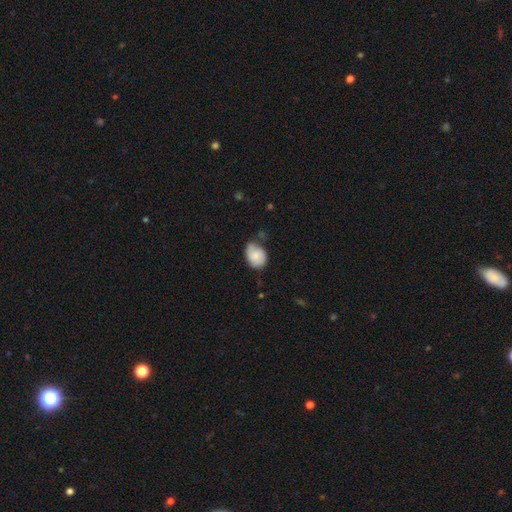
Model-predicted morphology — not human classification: A smooth galaxy with no disk features (74%) that is in between round and cigar-shaped (67%).

Vote fractions:
- Smooth or featured? smooth: 74% / featured or disk: 19% / star or artifact: 7%
- How rounded? in between: 67% / round: 32% / cigar-shaped: 1%
- Merging? none: 49% / minor disturbance: 38% / major disturbance: 8% / merger: 5%